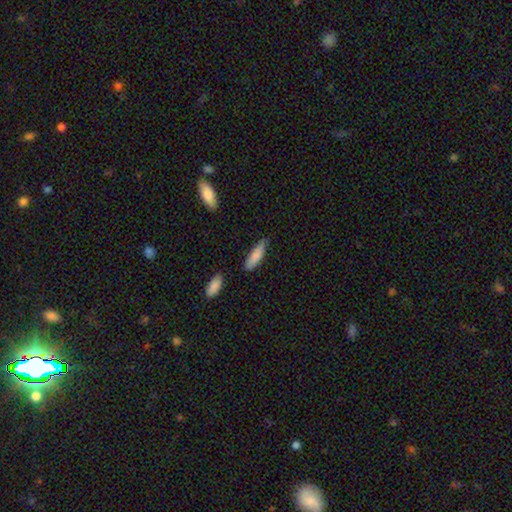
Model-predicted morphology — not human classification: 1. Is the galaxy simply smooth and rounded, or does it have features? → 84% smooth, 10% featured or disk, 6% star or artifact.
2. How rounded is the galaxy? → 63% cigar-shaped, 36% in between, 2% round.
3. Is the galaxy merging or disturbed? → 75% none, 19% minor disturbance, 3% merger, 3% major disturbance.